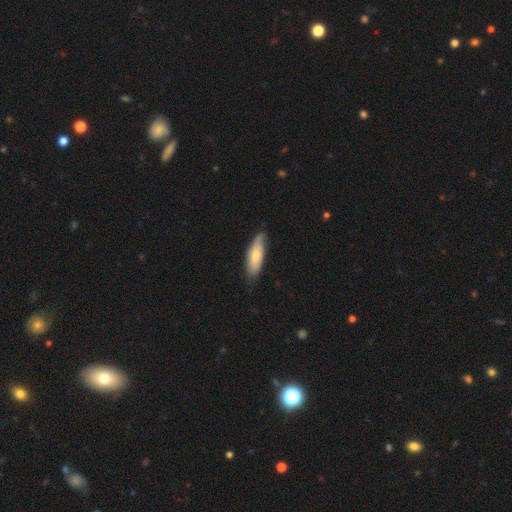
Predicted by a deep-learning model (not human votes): Morphology: type=smooth (67%); roundness=in between (56%); merging=none (68%).